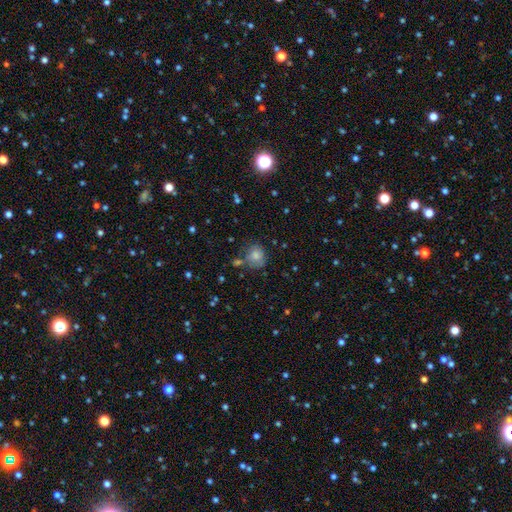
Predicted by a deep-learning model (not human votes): smooth 75%, featured or disk 13%, star or artifact 12%. Down the decision tree: how rounded — round (76%); merging — none (59%).